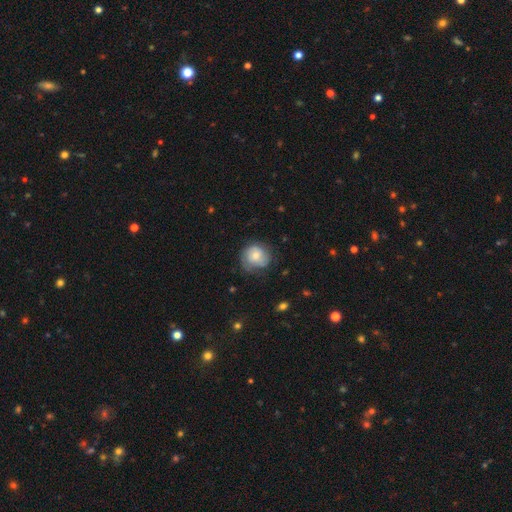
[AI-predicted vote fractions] This appears to be a smooth galaxy with no disk features (67%) that is round (84%). Merging: none (61%).